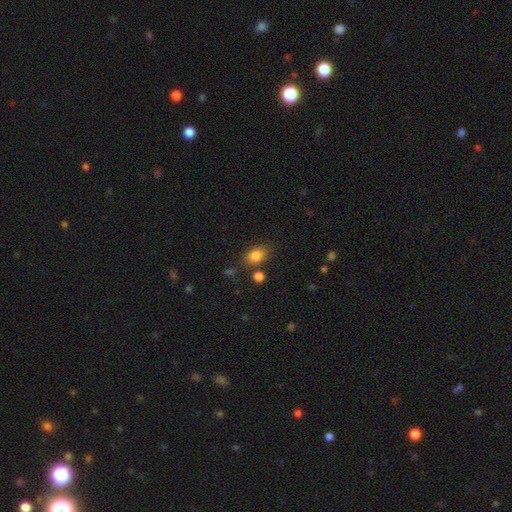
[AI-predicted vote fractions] smooth-or-featured: smooth: 84% | star or artifact: 10% | featured or disk: 6%
  how-rounded: in between: 68% | round: 30% | cigar-shaped: 1%
  merging: none: 74% | minor disturbance: 14% | merger: 8% | major disturbance: 4%